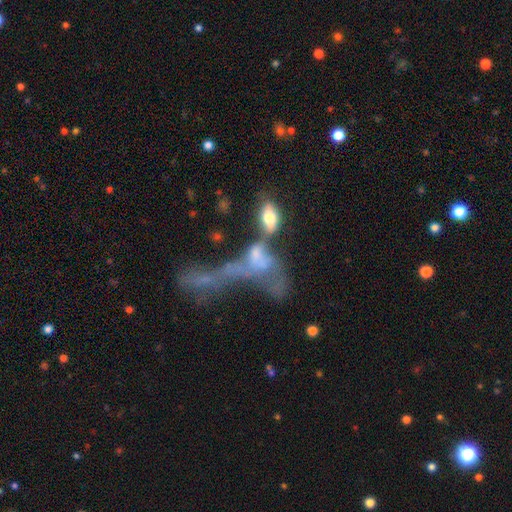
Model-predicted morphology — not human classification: Smooth or featured? featured or disk (42%, tied with smooth)
Merging? merger (53%)